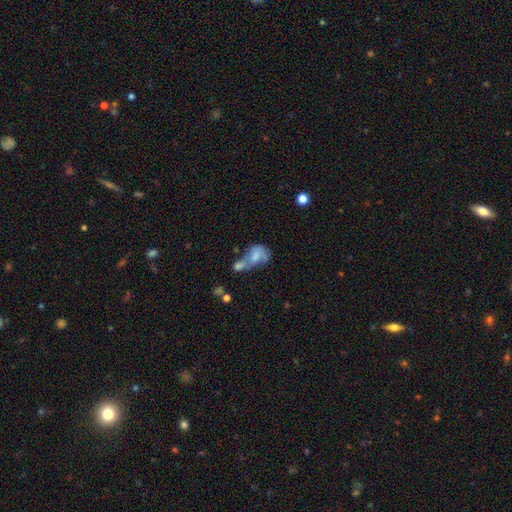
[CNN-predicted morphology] smooth_or_featured: smooth (p=0.59) [alt: featured or disk p=0.31]
how_rounded: in between (p=0.71) [alt: round p=0.26]
merging: merger (p=0.60) [alt: major disturbance p=0.15]